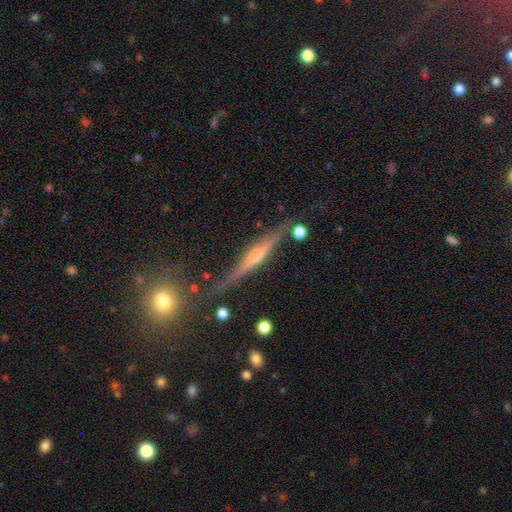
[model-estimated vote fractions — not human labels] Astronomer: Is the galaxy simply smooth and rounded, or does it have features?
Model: featured or disk — 75%.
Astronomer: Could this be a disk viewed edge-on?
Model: yes — 96%.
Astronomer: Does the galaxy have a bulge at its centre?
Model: rounded — 77%.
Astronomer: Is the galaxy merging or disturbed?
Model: none — 76%.